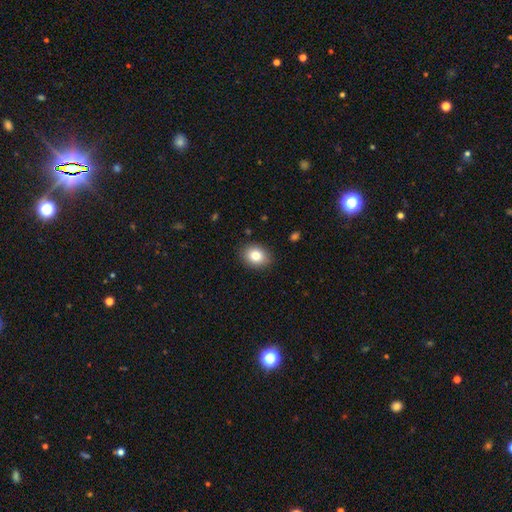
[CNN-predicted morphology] smooth 82%, featured or disk 9%, star or artifact 9%. Down the decision tree: how rounded — in between (54%); merging — none (88%).